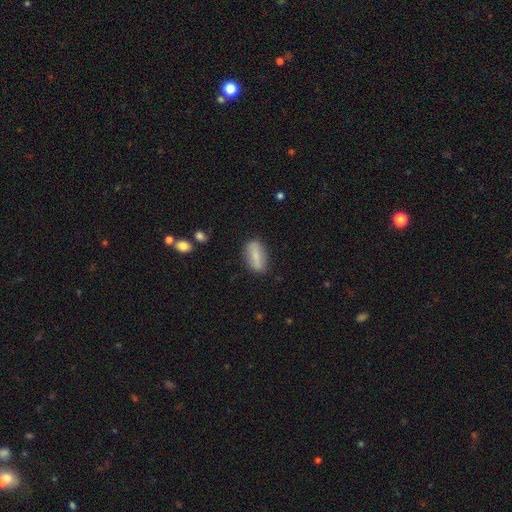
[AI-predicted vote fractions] This is likely a smooth galaxy (72%). How rounded: likely in between (80%). Merging: clearly none (82%).